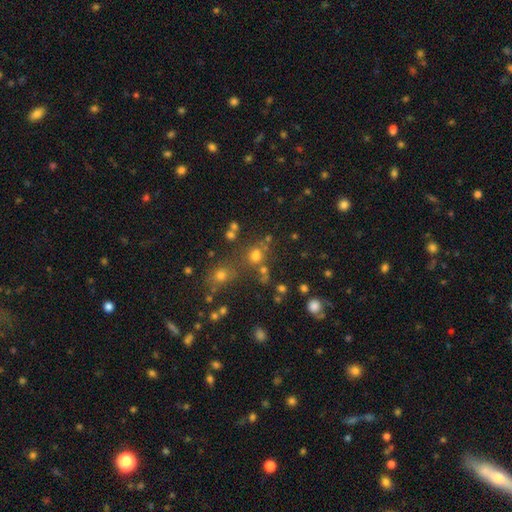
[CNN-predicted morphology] smooth-or-featured: smooth: 63% | star or artifact: 27% | featured or disk: 10%
  how-rounded: round: 79% | in between: 19% | cigar-shaped: 2%
  merging: none: 61% | merger: 22% | minor disturbance: 11% | major disturbance: 6%